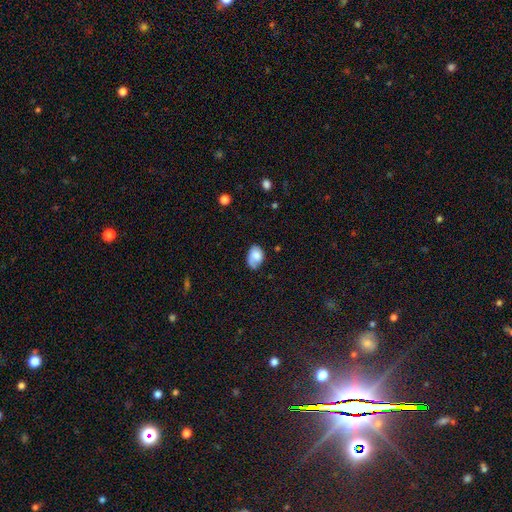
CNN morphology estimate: Smooth or featured? Predicted: smooth (p=0.71). How rounded? Predicted: in between (p=0.83). Merging? Predicted: none (p=0.53).